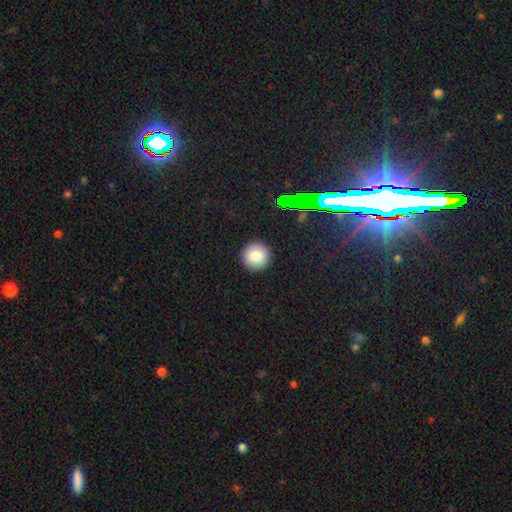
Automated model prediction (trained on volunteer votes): Smooth or featured? Predicted: smooth (p=0.83). How rounded? Predicted: round (p=0.94). Merging? Predicted: none (p=0.91).